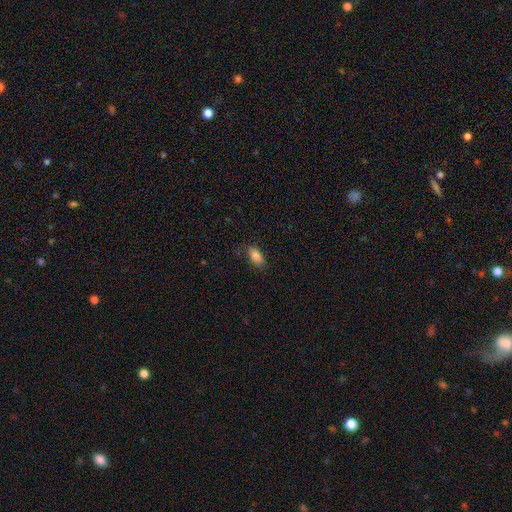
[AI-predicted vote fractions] This appears to be a smooth galaxy with no disk features (86%) that is in between round and cigar-shaped (91%). Merging: none (78%).